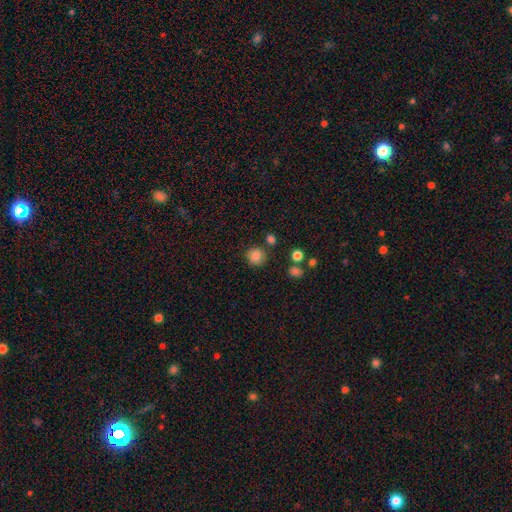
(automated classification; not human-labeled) A smooth galaxy with no disk features (83%) that is round (92%).

Vote fractions:
- Smooth or featured? smooth: 83% / star or artifact: 11% / featured or disk: 6%
- How rounded? round: 92% / in between: 7% / cigar-shaped: 1%
- Merging? none: 83% / minor disturbance: 9% / merger: 5% / major disturbance: 3%